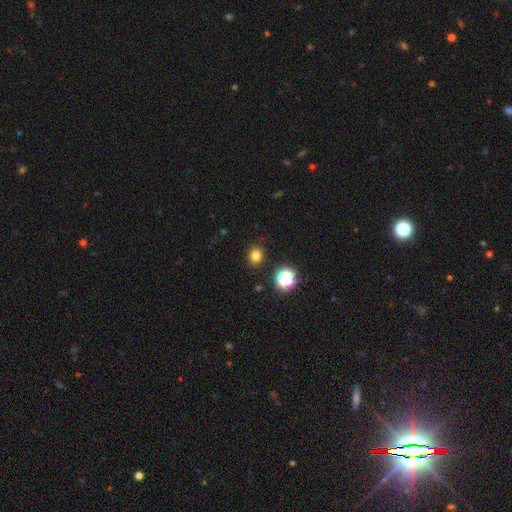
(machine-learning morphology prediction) Smooth or featured? smooth (79%)
How rounded? round (66%)
Merging? none (89%)